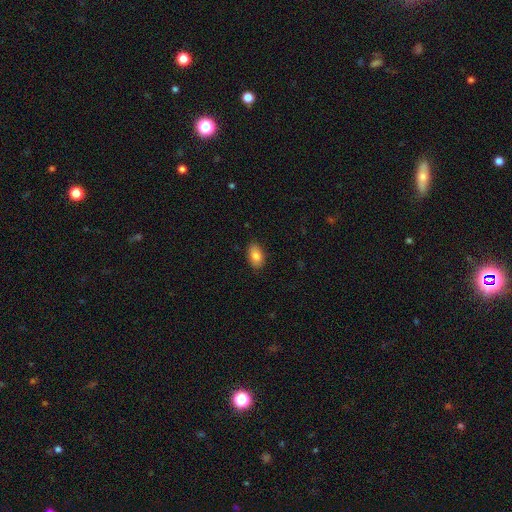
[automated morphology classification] Overall: smooth (86%). How rounded: in between (93%). Merging: none (87%).